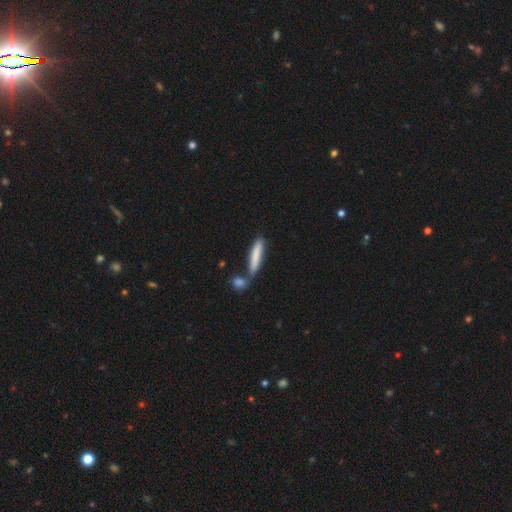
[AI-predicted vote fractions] smooth-or-featured: smooth: 78% | featured or disk: 16% | star or artifact: 6%
  how-rounded: cigar-shaped: 87% | in between: 12% | round: 2%
  merging: none: 58% | merger: 24% | minor disturbance: 14% | major disturbance: 4%